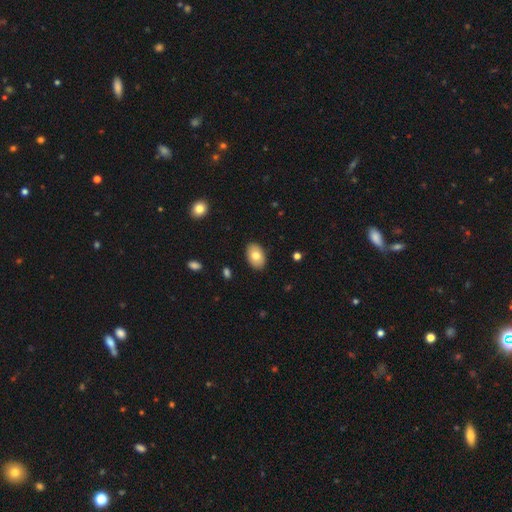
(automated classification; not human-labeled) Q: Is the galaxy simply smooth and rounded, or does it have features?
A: smooth — 78%.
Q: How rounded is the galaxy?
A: in between — 90%.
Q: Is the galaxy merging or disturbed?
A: none — 88%.